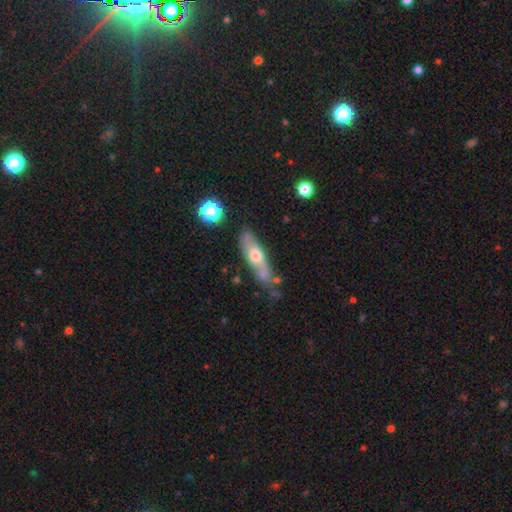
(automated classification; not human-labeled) smooth_or_featured: smooth (p=0.47) [alt: featured or disk p=0.46]
merging: none (p=0.64) [alt: minor disturbance p=0.22]